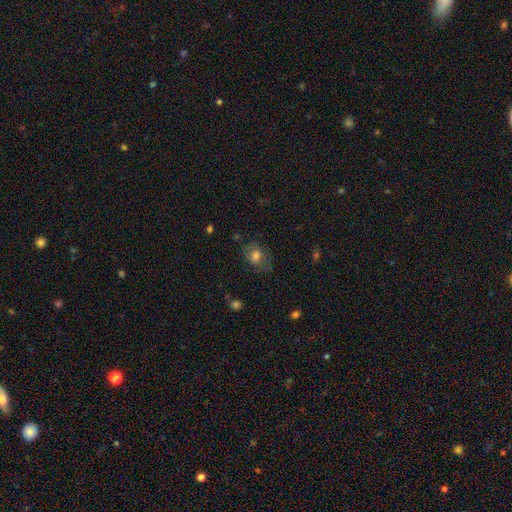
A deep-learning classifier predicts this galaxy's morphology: A smooth galaxy with no disk features (66%) that is in between round and cigar-shaped (55%).

Vote fractions:
- Smooth or featured? smooth: 66% / featured or disk: 21% / star or artifact: 13%
- How rounded? in between: 55% / round: 44% / cigar-shaped: 1%
- Merging? none: 64% / minor disturbance: 22% / major disturbance: 12% / merger: 2%